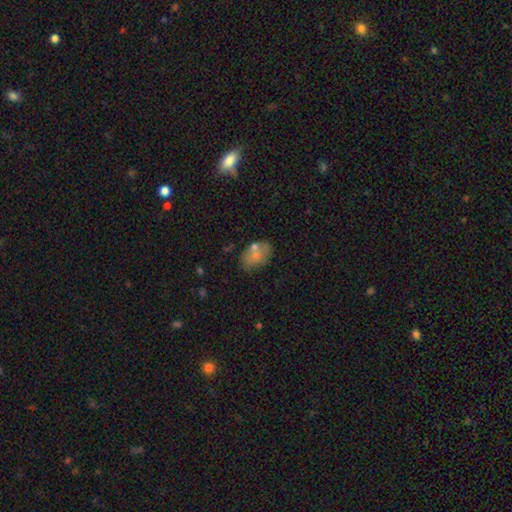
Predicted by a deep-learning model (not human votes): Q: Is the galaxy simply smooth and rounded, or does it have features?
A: smooth — 70%.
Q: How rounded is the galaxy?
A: in between — 87%.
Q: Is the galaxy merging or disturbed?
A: none — 58%.